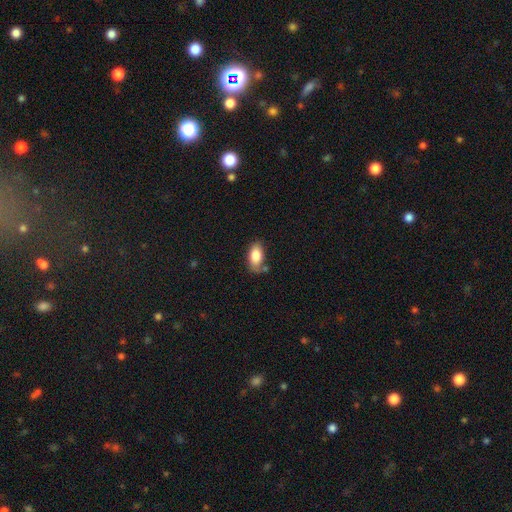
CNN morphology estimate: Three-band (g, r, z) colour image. It shows a smooth galaxy with no disk features (83%) that is in between round and cigar-shaped (92%). Merging: none (59%).